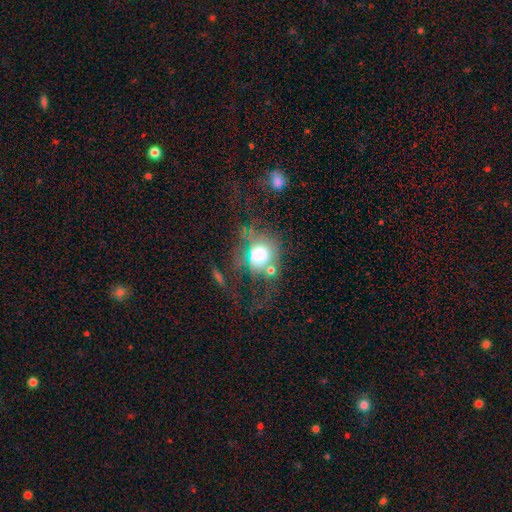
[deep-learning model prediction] smooth 52%, featured or disk 29%, star or artifact 20%. Down the decision tree: how rounded — round (73%); merging — none (37%).